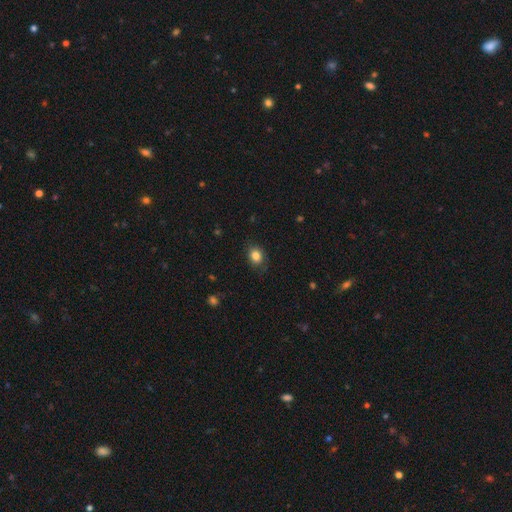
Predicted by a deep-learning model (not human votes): smooth_or_featured: smooth (p=0.84) [alt: star or artifact p=0.10]
how_rounded: round (p=0.51) [alt: in between p=0.48]
merging: none (p=0.80) [alt: minor disturbance p=0.15]